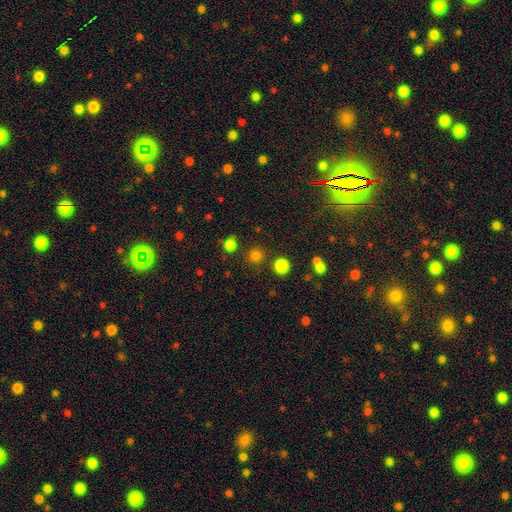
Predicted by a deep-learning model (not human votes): Smooth or featured? Predicted: smooth (p=0.79). How rounded? Predicted: round (p=0.92). Merging? Predicted: none (p=0.84).